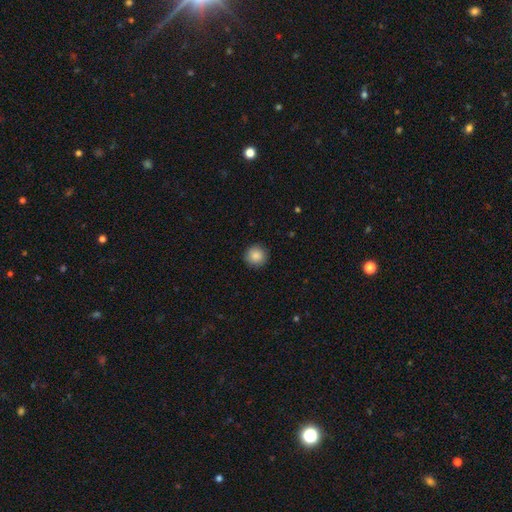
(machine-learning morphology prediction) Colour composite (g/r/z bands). It shows a smooth galaxy with no disk features (87%) that is round (94%). Merging: none (91%).